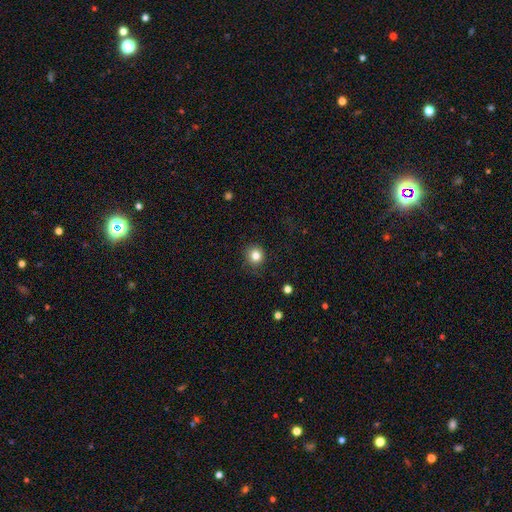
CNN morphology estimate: Overall: smooth (82%). How rounded: round (89%). Merging: none (86%).